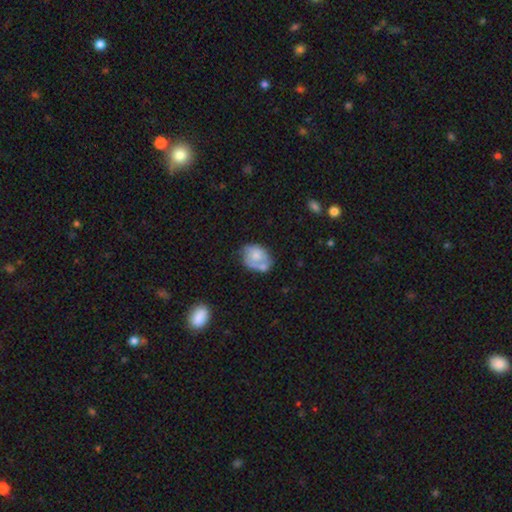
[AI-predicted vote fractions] This appears to be a smooth galaxy with no disk features (50%). Merging: none (37%).